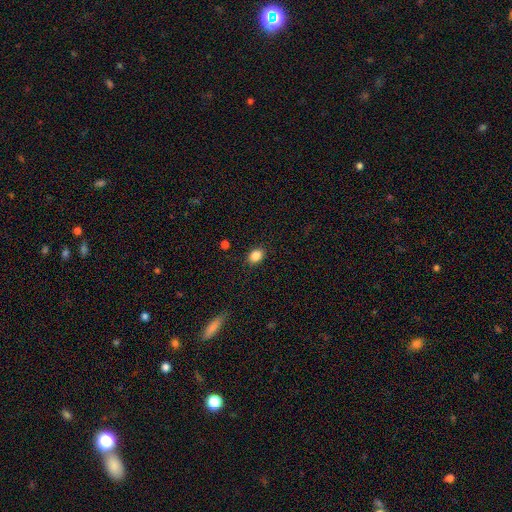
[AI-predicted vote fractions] smooth_or_featured: smooth (p=0.86) [alt: star or artifact p=0.10]
how_rounded: in between (p=0.67) [alt: round p=0.32]
merging: none (p=0.86) [alt: minor disturbance p=0.10]